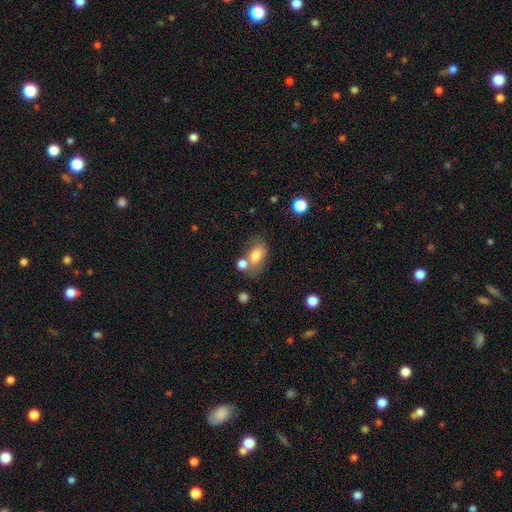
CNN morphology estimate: Smooth or featured? smooth (77%)
How rounded? in between (83%)
Merging? none (48%)